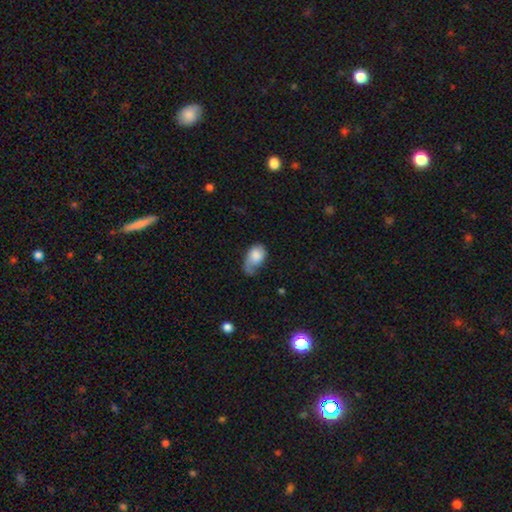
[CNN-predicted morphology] Smooth or featured? Predicted: smooth (p=0.65). How rounded? Predicted: in between (p=0.88). Merging? Predicted: minor disturbance (p=0.36).